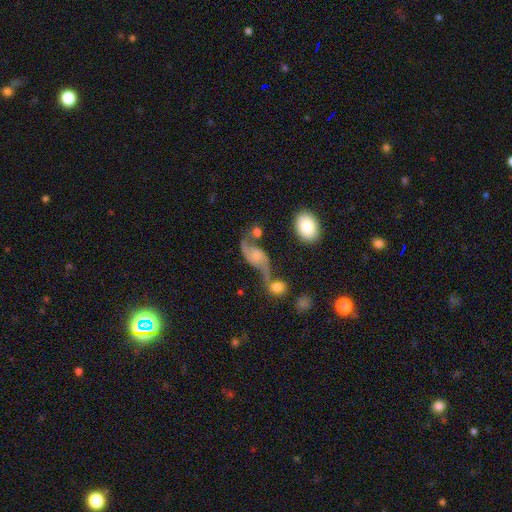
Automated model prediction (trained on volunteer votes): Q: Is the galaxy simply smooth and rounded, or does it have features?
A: featured or disk — 78%.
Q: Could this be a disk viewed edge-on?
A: no — 95%.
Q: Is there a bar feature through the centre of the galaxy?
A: no — 67%.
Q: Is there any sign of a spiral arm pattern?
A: yes — 92%.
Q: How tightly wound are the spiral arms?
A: loose — 83%.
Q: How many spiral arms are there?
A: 2 — 92%.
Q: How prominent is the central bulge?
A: small — 35%.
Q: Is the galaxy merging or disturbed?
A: none — 32%, tied with merger.